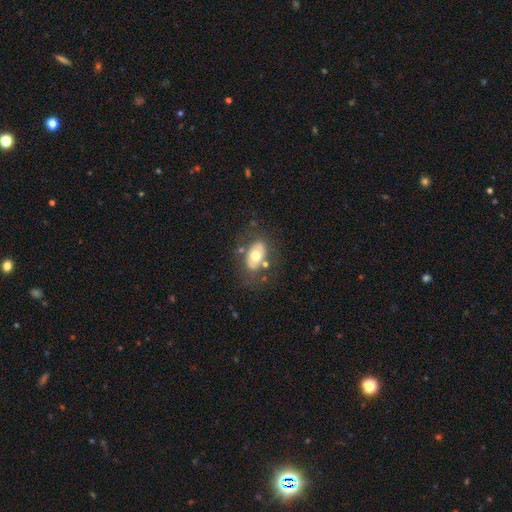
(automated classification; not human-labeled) The model was most divided on "smooth or featured": smooth: 54%, featured or disk: 39%, star or artifact: 8%. More confident: how rounded — in between (85%); merging — none (66%).